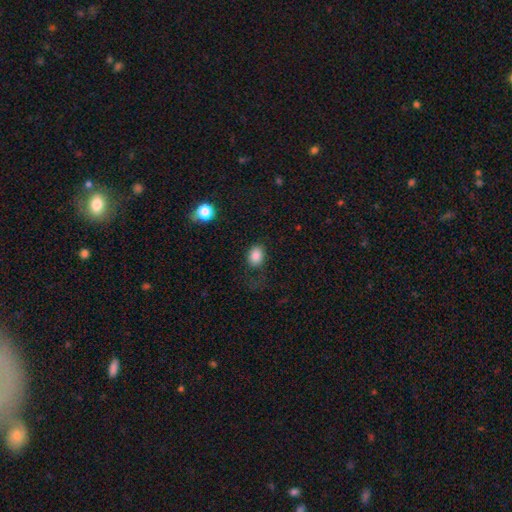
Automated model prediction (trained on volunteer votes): Overall: smooth (85%). How rounded: in between (67%; round 32%). Merging: none (71%).